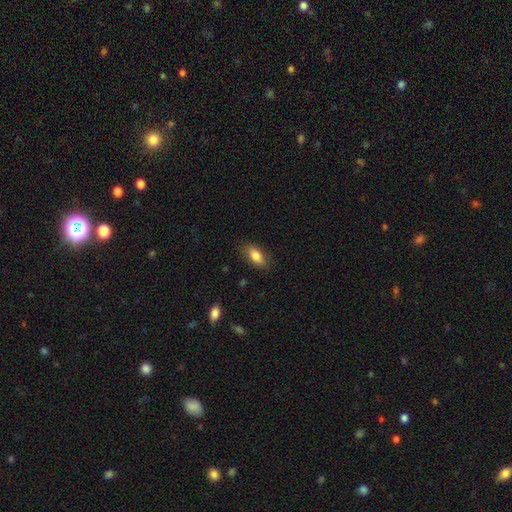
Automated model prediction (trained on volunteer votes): The model was most divided on "merging": none: 82%, minor disturbance: 13%, major disturbance: 3%, merger: 1%. More confident: how rounded — in between (85%); smooth or featured — smooth (82%).